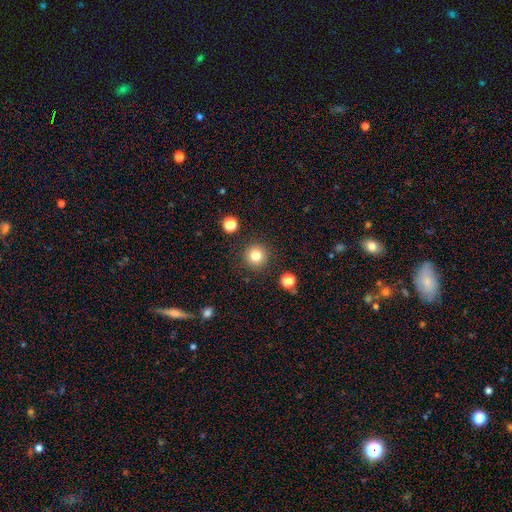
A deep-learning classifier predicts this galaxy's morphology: type=smooth (81%); roundness=round (95%); merging=none (90%).